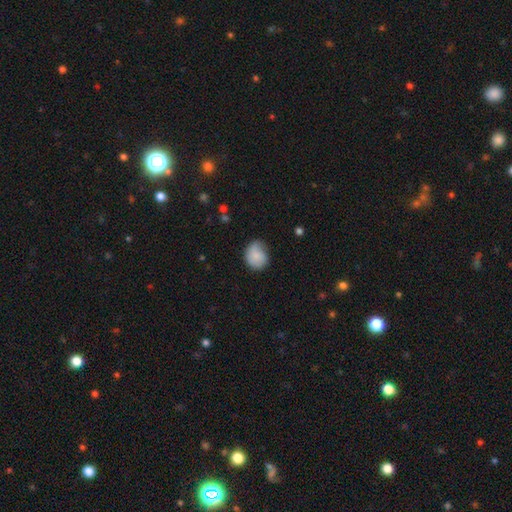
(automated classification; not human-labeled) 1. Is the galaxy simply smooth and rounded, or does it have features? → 75% smooth, 17% featured or disk, 8% star or artifact.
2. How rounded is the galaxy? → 65% round, 35% in between, 1% cigar-shaped.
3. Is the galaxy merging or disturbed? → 52% none, 35% minor disturbance, 11% major disturbance, 2% merger.